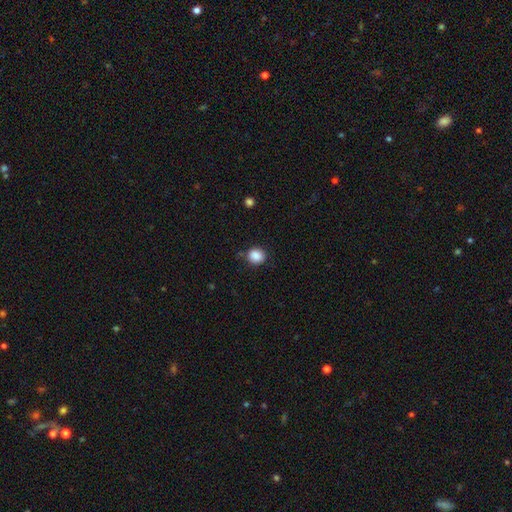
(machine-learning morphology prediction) Q: Smooth or featured?
A: smooth (87%); runner-up: star or artifact (9%)
Q: How rounded?
A: round (82%); runner-up: in between (17%)
Q: Merging?
A: none (81%); runner-up: minor disturbance (13%)